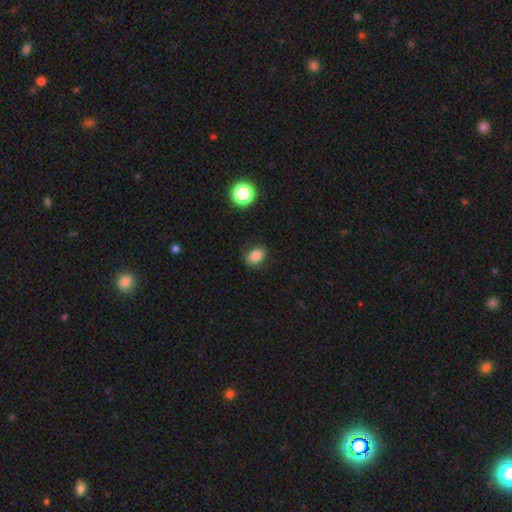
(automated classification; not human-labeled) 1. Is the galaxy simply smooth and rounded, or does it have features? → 81% smooth, 12% star or artifact, 7% featured or disk.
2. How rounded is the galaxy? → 65% in between, 34% round, 1% cigar-shaped.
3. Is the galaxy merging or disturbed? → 79% none, 16% minor disturbance, 4% major disturbance, 1% merger.